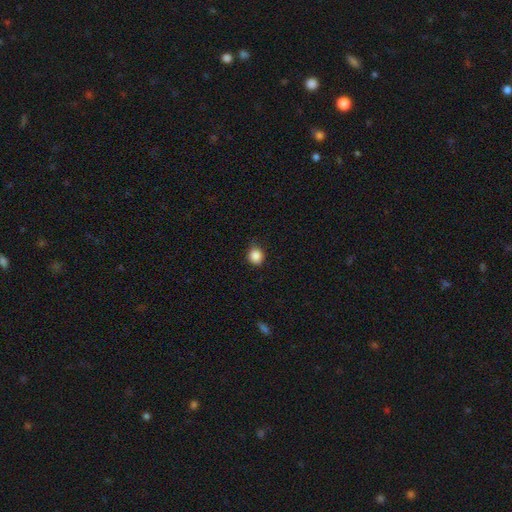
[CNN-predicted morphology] Smooth or featured? smooth (87%)
How rounded? round (83%)
Merging? none (80%)